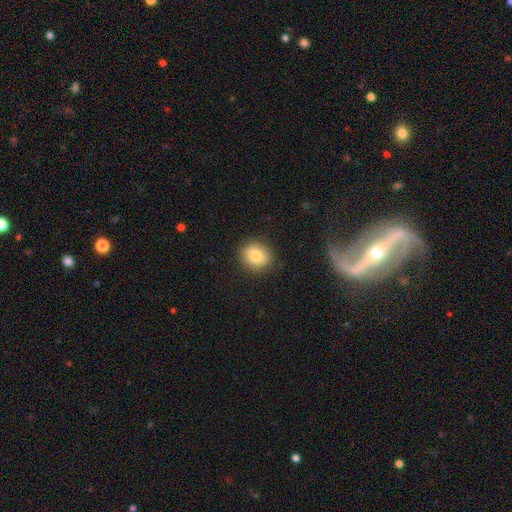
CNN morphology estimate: type=smooth (85%); roundness=round (76%); merging=none (87%).